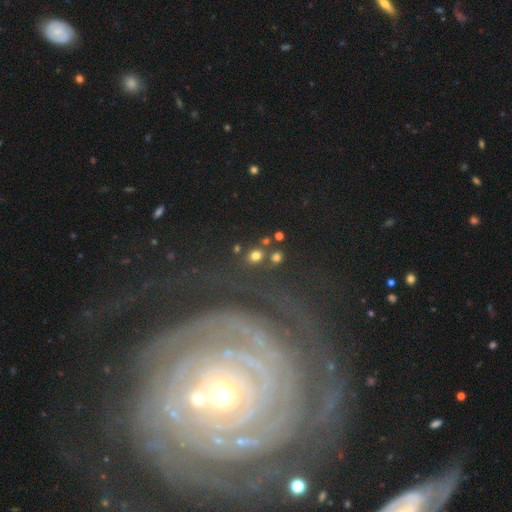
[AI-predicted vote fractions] Overall: smooth (74%). How rounded: round (76%). Merging: none (79%).